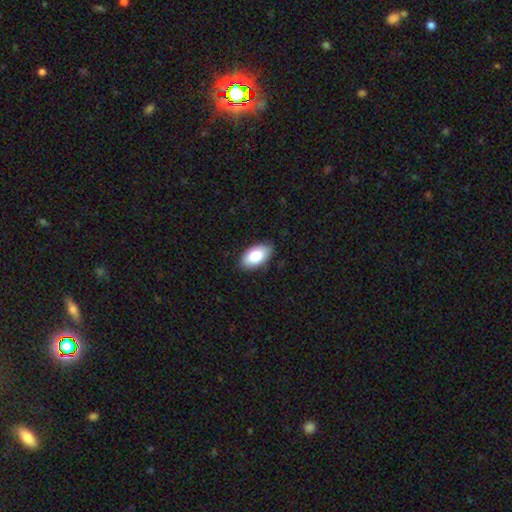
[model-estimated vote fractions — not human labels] This appears to be a smooth galaxy with no disk features (82%) that is in between round and cigar-shaped (95%). Merging: none (88%).